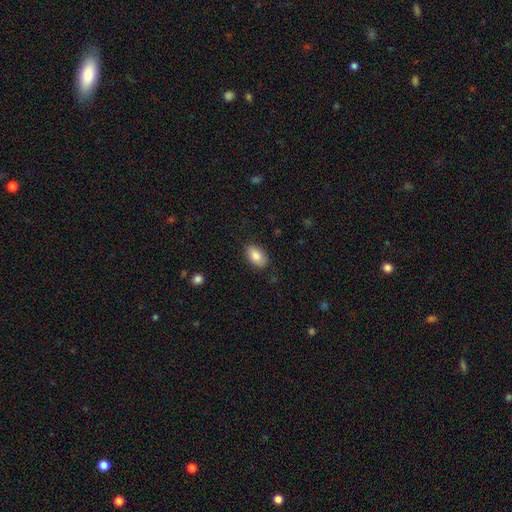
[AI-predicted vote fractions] The model was most divided on "merging": none: 85%, minor disturbance: 11%, major disturbance: 3%, merger: 1%. More confident: how rounded — in between (91%); smooth or featured — smooth (86%).